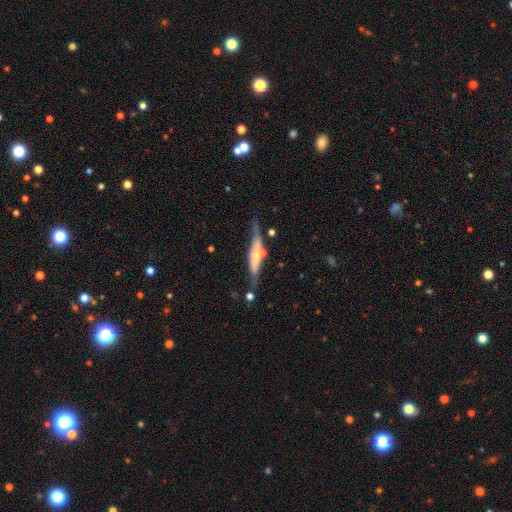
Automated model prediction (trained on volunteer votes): Smooth or featured?
  - featured or disk: 51% *
  - smooth: 43%
  - star or artifact: 6%
Edge-on disk?
  - yes: 85% *
  - no: 15%
Merging?
  - none: 58% *
  - minor disturbance: 23%
  - merger: 11%
  - major disturbance: 7%